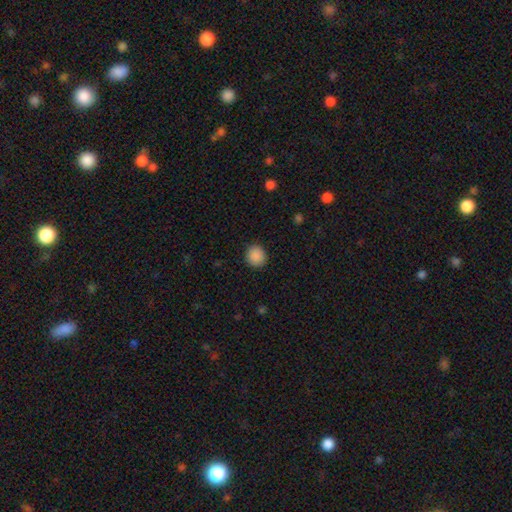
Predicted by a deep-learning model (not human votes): This appears to be a smooth galaxy with no disk features (89%) that is round (88%). Merging: none (91%).